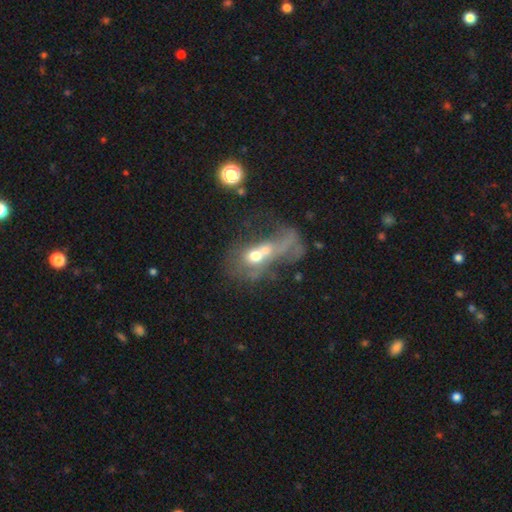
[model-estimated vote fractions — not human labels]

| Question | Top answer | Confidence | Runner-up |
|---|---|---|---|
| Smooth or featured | smooth | 44% | featured or disk (43%) |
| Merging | merger | 53% | major disturbance (30%) |